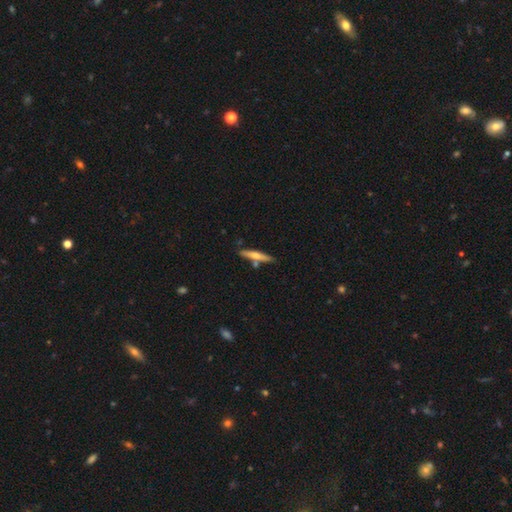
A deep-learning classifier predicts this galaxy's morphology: type=smooth (49%); merging=none (77%).